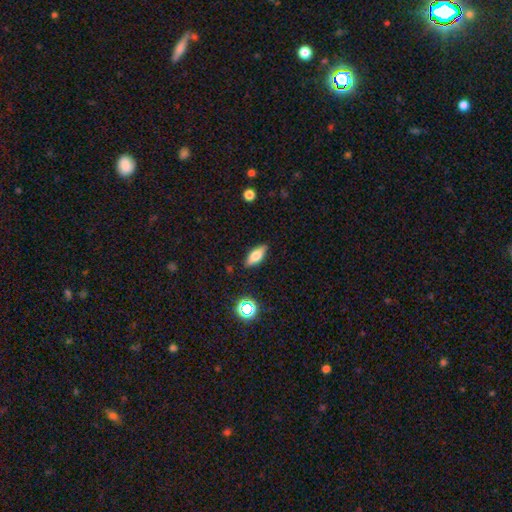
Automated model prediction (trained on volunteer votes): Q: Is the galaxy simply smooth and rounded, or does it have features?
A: smooth — 63%.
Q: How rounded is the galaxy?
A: in between — 69%.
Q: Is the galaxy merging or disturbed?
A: none — 85%.